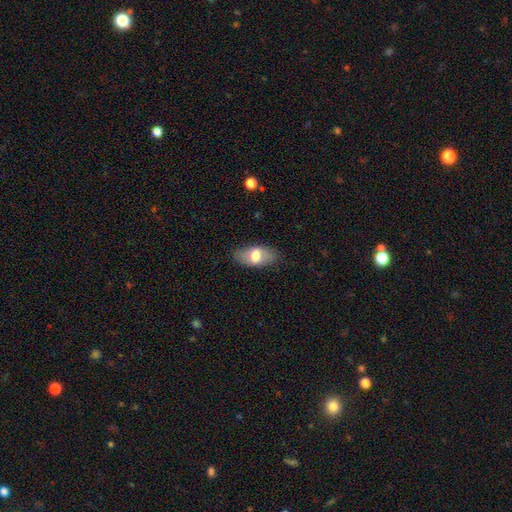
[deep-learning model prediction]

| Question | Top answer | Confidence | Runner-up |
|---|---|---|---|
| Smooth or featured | smooth | 62% | featured or disk (31%) |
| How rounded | in between | 90% | cigar-shaped (5%) |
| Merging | none | 82% | minor disturbance (13%) |